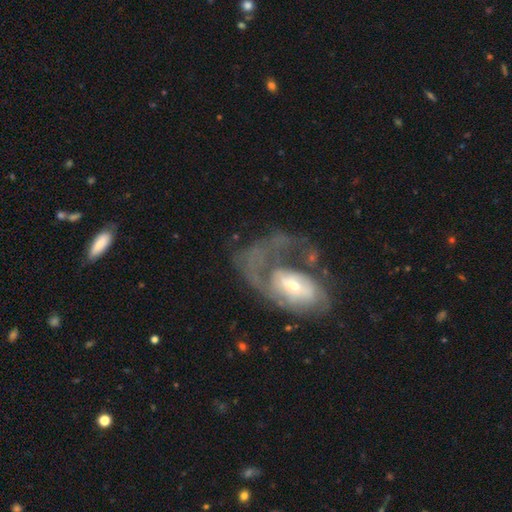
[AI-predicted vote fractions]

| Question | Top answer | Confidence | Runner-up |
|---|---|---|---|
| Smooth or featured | featured or disk | 75% | smooth (18%) |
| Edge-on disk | no | 96% | yes (4%) |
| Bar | no | 55% | weak (34%) |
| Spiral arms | yes | 74% | no (26%) |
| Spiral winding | medium | 35% | tight (34%) |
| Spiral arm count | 1 | 49% | can't tell (24%) |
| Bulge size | small | 48% | moderate (44%) |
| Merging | major disturbance | 54% | none (24%) |